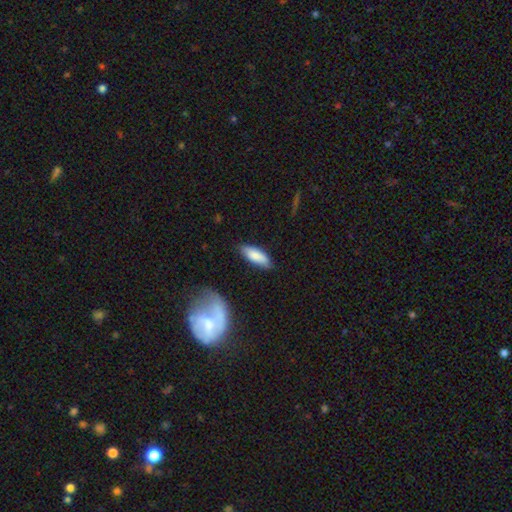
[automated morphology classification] Smooth or featured?
  - smooth: 82% *
  - featured or disk: 12%
  - star or artifact: 6%
How rounded?
  - in between: 68% *
  - cigar-shaped: 30%
  - round: 2%
Merging?
  - none: 79% *
  - minor disturbance: 16%
  - major disturbance: 3%
  - merger: 2%